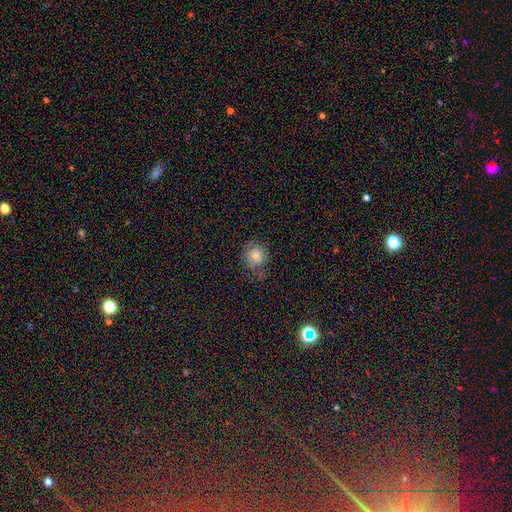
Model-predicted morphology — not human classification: Smooth or featured?
  - smooth: 80% *
  - star or artifact: 12%
  - featured or disk: 8%
How rounded?
  - round: 86% *
  - in between: 13%
  - cigar-shaped: 1%
Merging?
  - none: 70% *
  - minor disturbance: 20%
  - major disturbance: 6%
  - merger: 3%